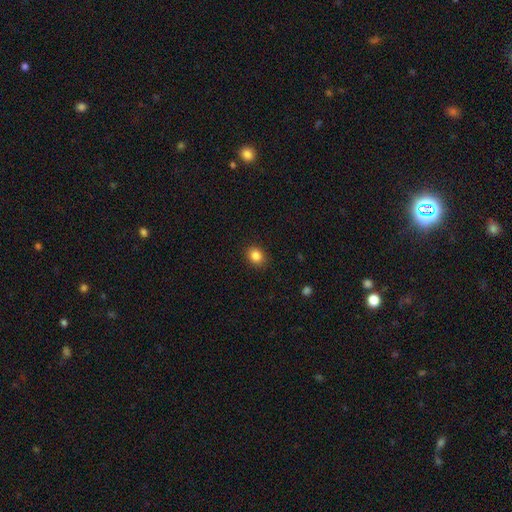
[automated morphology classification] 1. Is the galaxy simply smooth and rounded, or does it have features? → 85% smooth, 10% star or artifact, 4% featured or disk.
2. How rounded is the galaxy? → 58% round, 41% in between, 1% cigar-shaped.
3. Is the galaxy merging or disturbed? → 89% none, 8% minor disturbance, 2% major disturbance, 1% merger.